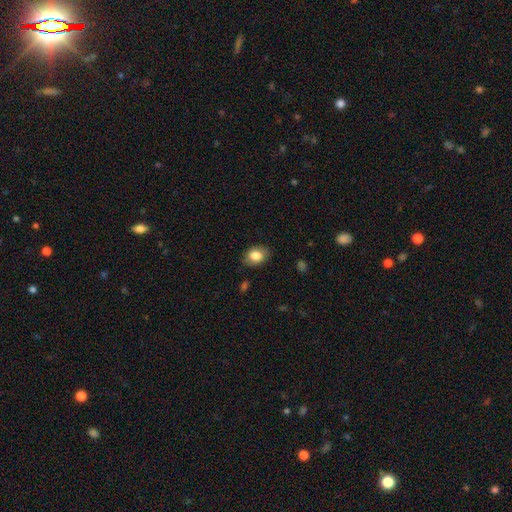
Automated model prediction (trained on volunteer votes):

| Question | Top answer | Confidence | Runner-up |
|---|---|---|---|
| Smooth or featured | smooth | 83% | featured or disk (9%) |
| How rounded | in between | 69% | round (30%) |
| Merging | none | 82% | minor disturbance (13%) |